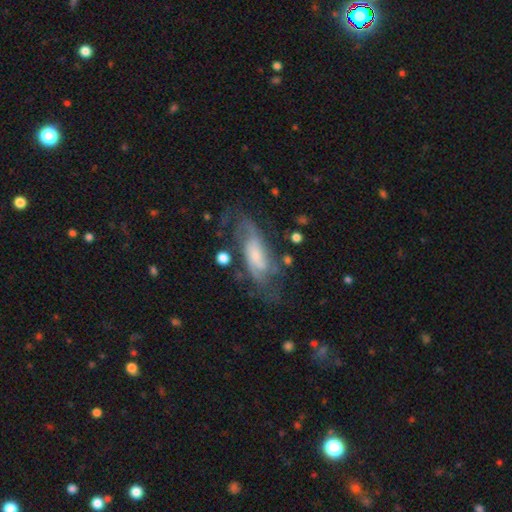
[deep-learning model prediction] Smooth or featured? featured or disk (72%)
Edge-on disk? no (89%)
Bar? no (52%)
Spiral arms? yes (88%)
Spiral winding? medium (44%)
Spiral arm count? 2 (46%)
Bulge size? small (44%)
Merging? none (53%)